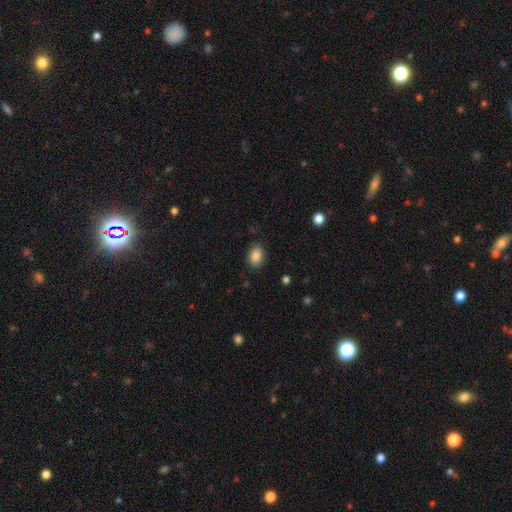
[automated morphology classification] type=smooth (87%); roundness=in between (75%); merging=none (84%).